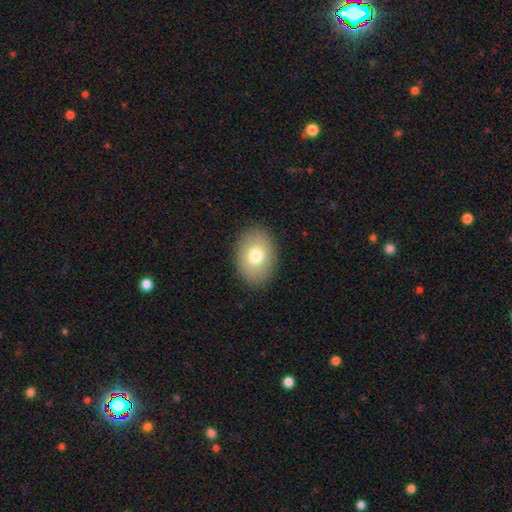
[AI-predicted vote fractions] smooth_or_featured: smooth (p=0.75) [alt: featured or disk p=0.16]
how_rounded: in between (p=0.74) [alt: round p=0.25]
merging: none (p=0.88) [alt: minor disturbance p=0.09]